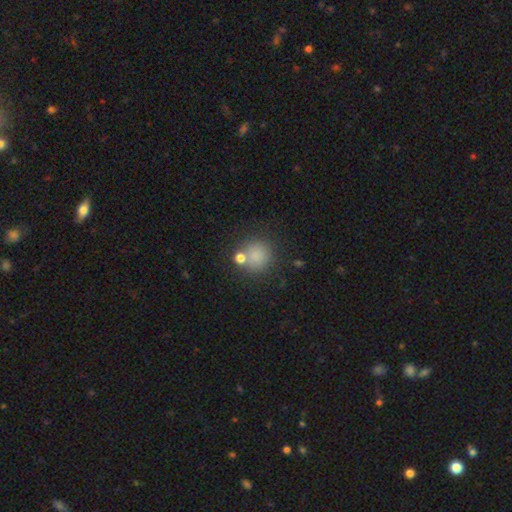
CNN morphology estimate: Smooth or featured? Predicted: smooth (p=0.80). How rounded? Predicted: round (p=0.91). Merging? Predicted: none (p=0.70).